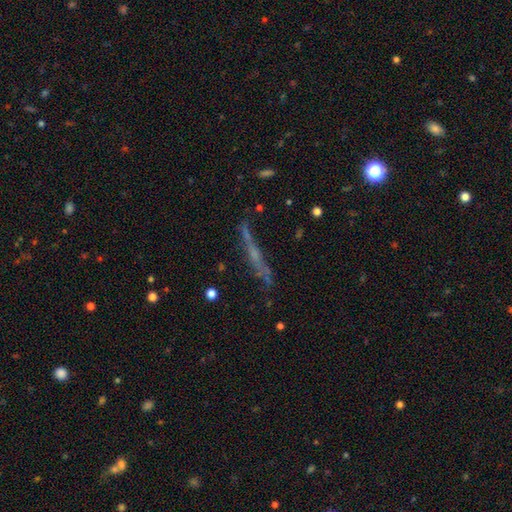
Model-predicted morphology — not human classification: The model was most divided on "smooth or featured": featured or disk: 55%, smooth: 25%, star or artifact: 21%. More confident: edge-on disk — yes (78%); merging — none (73%).